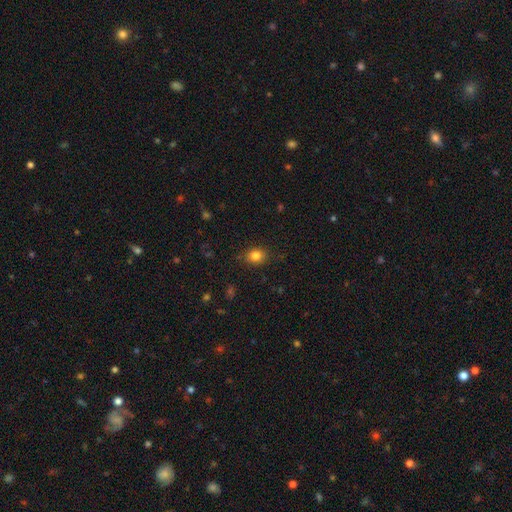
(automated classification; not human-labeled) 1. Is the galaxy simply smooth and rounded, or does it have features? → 83% smooth, 11% star or artifact, 6% featured or disk.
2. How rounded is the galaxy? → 56% round, 43% in between, 1% cigar-shaped.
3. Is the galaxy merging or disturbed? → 86% none, 10% minor disturbance, 3% major disturbance, 1% merger.